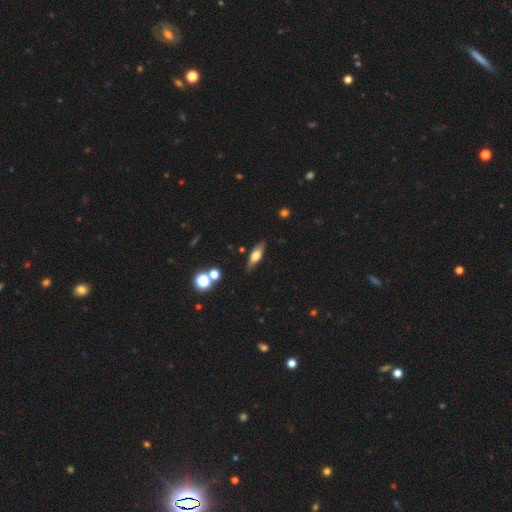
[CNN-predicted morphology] This appears to be a smooth galaxy with no disk features (56%) that is in between round and cigar-shaped (58%). Merging: none (83%).